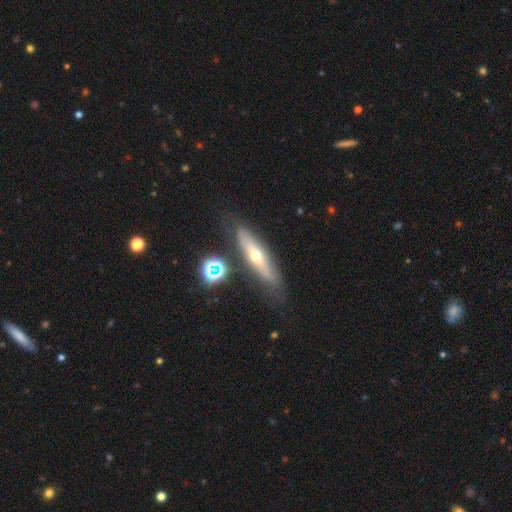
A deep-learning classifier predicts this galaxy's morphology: A featured or disk galaxy (55%) viewed edge-on (66%).

Vote fractions:
- Smooth or featured? featured or disk: 55% / smooth: 36% / star or artifact: 9%
- Edge-on disk? yes: 66% / no: 34%
- Merging? none: 74% / minor disturbance: 16% / major disturbance: 6% / merger: 4%